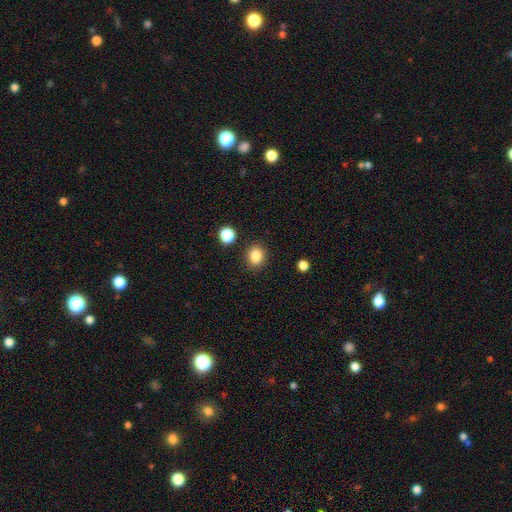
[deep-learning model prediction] smooth-or-featured: smooth: 85% | star or artifact: 11% | featured or disk: 4%
  how-rounded: round: 62% | in between: 37% | cigar-shaped: 1%
  merging: none: 87% | minor disturbance: 8% | major disturbance: 3% | merger: 2%